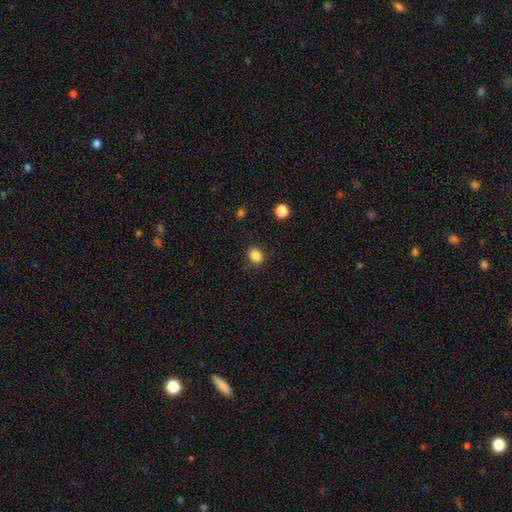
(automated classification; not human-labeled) Smooth or featured?
  - smooth: 85% *
  - star or artifact: 11%
  - featured or disk: 3%
How rounded?
  - round: 60% *
  - in between: 39%
  - cigar-shaped: 1%
Merging?
  - none: 85% *
  - minor disturbance: 11%
  - major disturbance: 3%
  - merger: 1%